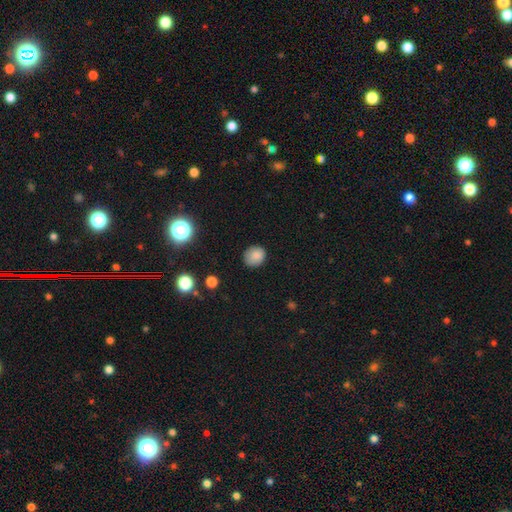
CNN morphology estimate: Smooth or featured? Predicted: smooth (p=0.83). How rounded? Predicted: round (p=0.75). Merging? Predicted: none (p=0.78).